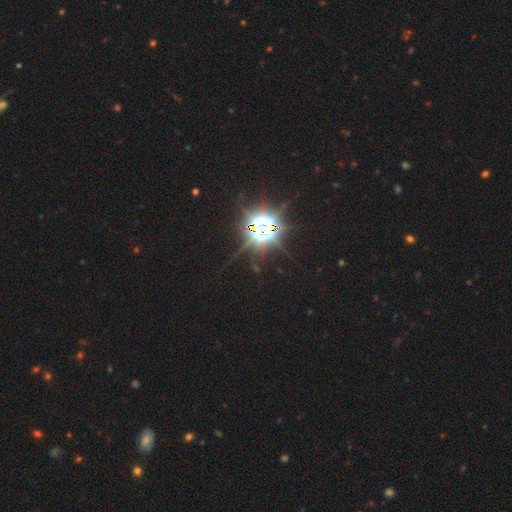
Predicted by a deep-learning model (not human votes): This is clearly a star or artifact rather than a galaxy (85%).